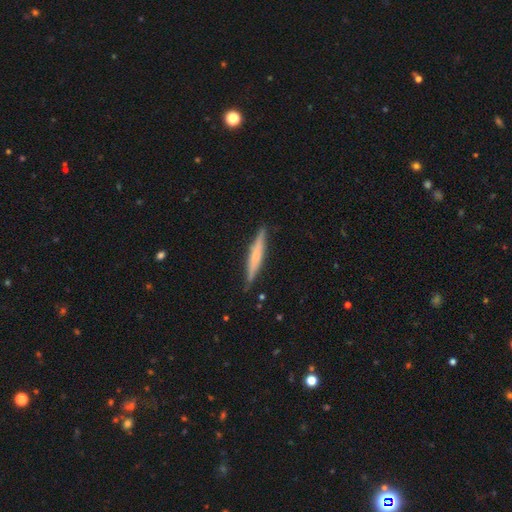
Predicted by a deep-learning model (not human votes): A smooth galaxy with no disk features (50%).

Vote fractions:
- Smooth or featured? smooth: 50% / featured or disk: 44% / star or artifact: 6%
- Merging? none: 87% / minor disturbance: 10% / major disturbance: 2% / merger: 1%